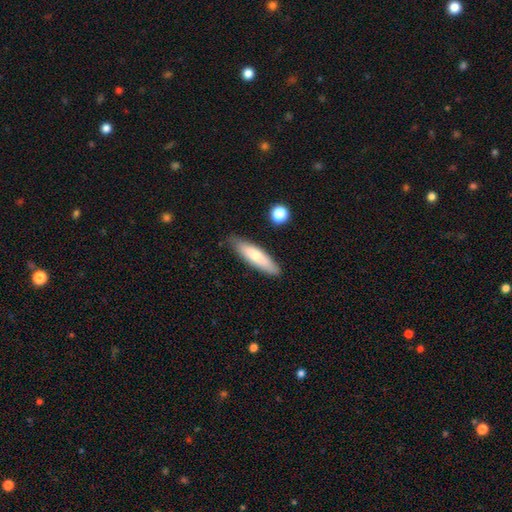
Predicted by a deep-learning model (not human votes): Morphology: type=smooth (70%); roundness=cigar-shaped (70%); merging=none (81%).